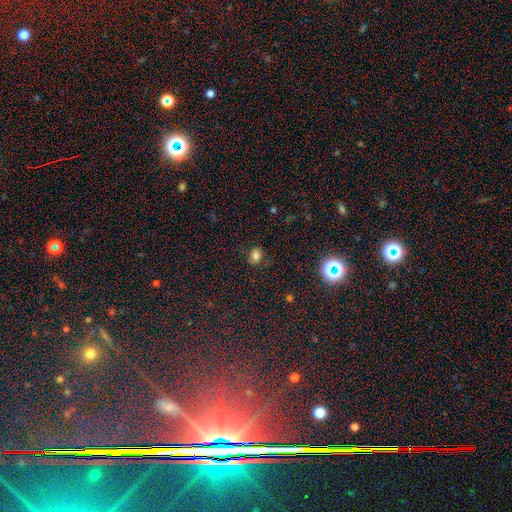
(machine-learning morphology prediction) Smooth or featured: smooth — 75% (star or artifact — 16%)
How rounded: round — 69% (in between — 30%)
Merging: none — 77% (minor disturbance — 16%)